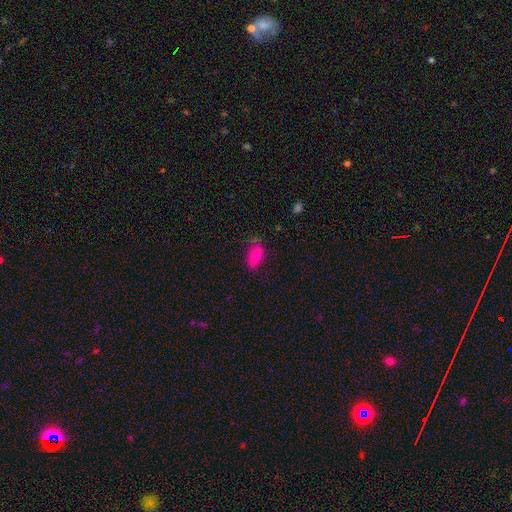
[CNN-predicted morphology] Smooth or featured? Predicted: smooth (p=0.75). How rounded? Predicted: in between (p=0.90). Merging? Predicted: none (p=0.63).